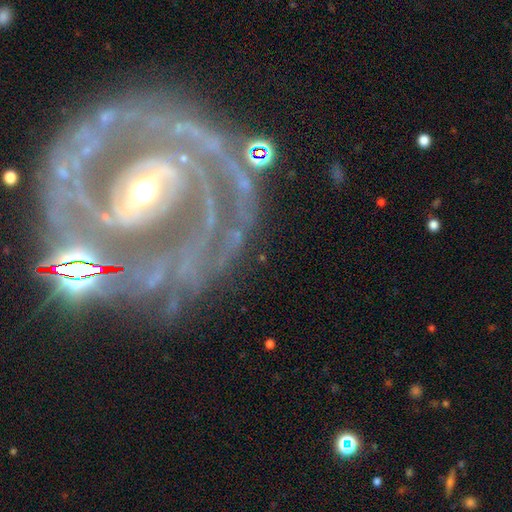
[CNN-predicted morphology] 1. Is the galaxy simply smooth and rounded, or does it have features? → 89% featured or disk, 6% star or artifact, 6% smooth.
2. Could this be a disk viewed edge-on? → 97% no, 3% yes.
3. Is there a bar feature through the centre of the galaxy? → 36% strong, 33% weak, 32% no.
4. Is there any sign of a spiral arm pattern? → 91% yes, 9% no.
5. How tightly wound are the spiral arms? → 72% tight, 22% medium, 6% loose.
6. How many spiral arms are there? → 40% 2, 22% can't tell, 15% 3, 8% 4, 7% more than 4, 7% 1.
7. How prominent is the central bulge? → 59% moderate, 30% small, 8% large, 2% dominant, 1% none.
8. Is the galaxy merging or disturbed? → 71% none, 16% minor disturbance, 10% major disturbance, 3% merger.